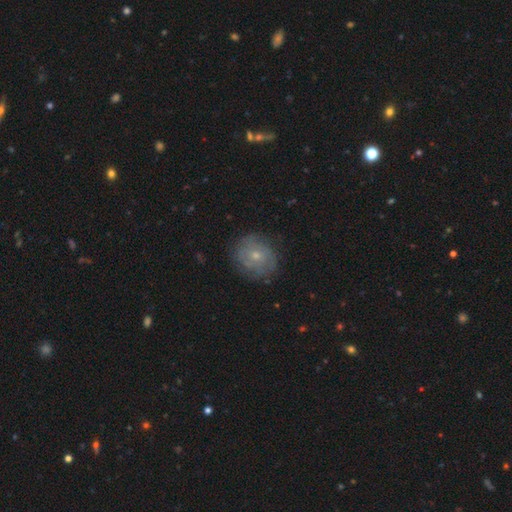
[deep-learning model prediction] Morphology: type=featured or disk (48%); merging=none (78%).